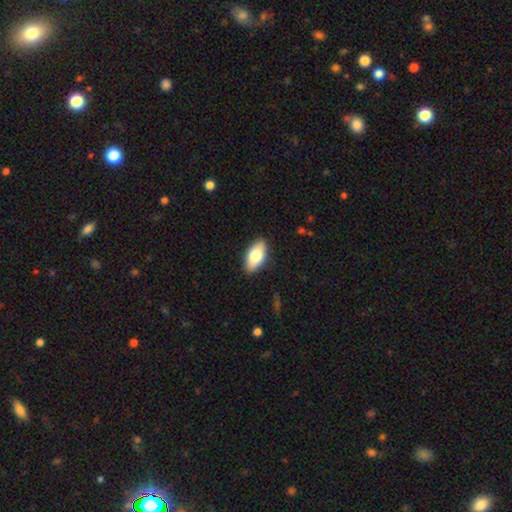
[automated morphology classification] smooth 76%, featured or disk 18%, star or artifact 6%. Down the decision tree: how rounded — in between (91%); merging — none (88%).